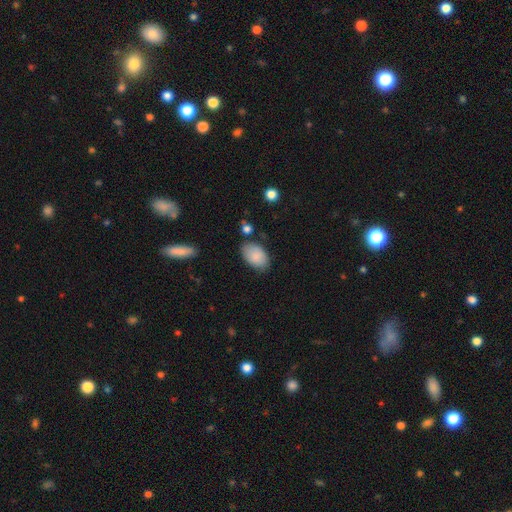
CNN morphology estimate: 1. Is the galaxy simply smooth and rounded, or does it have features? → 87% smooth, 7% featured or disk, 6% star or artifact.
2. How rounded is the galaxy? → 92% in between, 7% round, 1% cigar-shaped.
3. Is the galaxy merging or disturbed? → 75% none, 17% minor disturbance, 4% major disturbance, 4% merger.